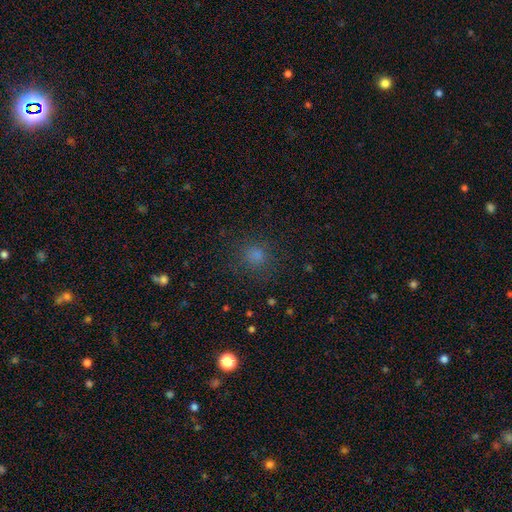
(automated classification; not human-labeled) This appears to be a smooth galaxy with no disk features (75%) that is round (84%). Merging: none (80%).